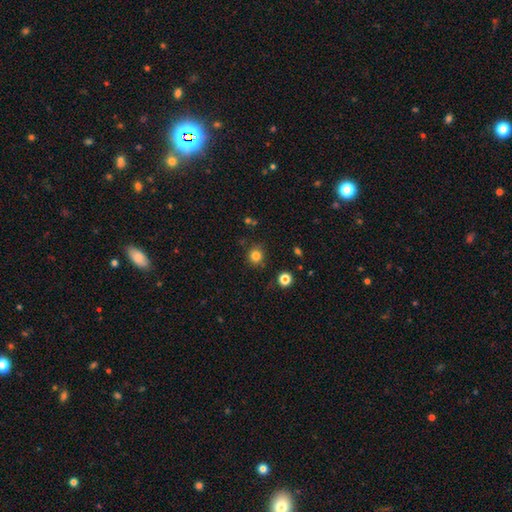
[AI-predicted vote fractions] Overall: smooth (82%). How rounded: round (90%). Merging: none (85%).